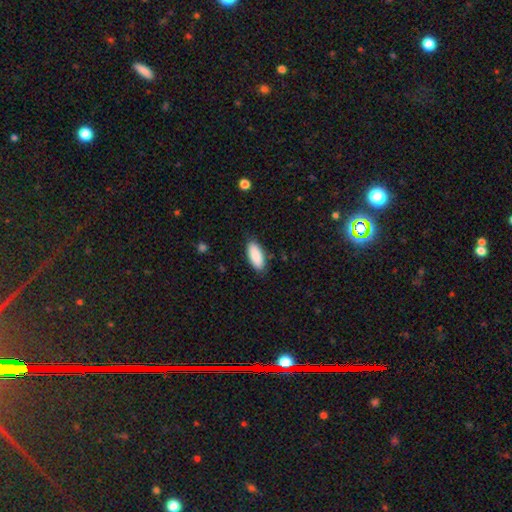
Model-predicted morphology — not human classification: Smooth or featured: smooth — 90% (star or artifact — 6%)
How rounded: in between — 86% (cigar-shaped — 12%)
Merging: none — 86% (minor disturbance — 11%)